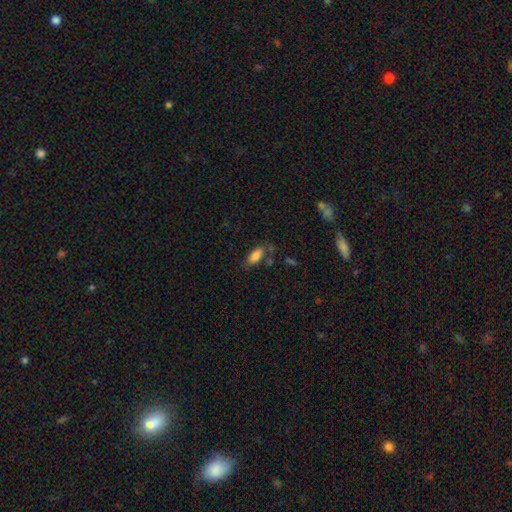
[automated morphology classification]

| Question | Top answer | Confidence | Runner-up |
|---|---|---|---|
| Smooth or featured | smooth | 84% | star or artifact (9%) |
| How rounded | in between | 83% | cigar-shaped (15%) |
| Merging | none | 65% | minor disturbance (20%) |